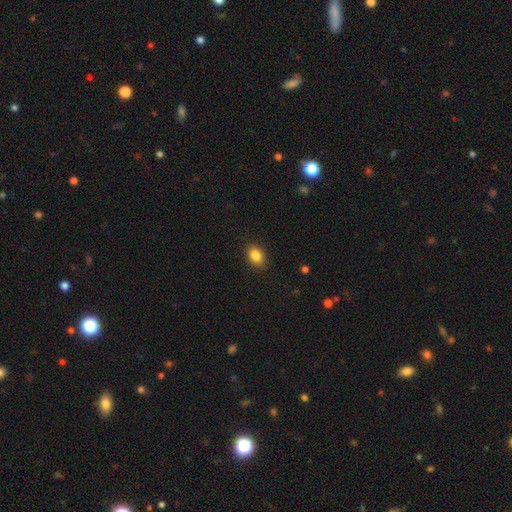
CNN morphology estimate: Q: Smooth or featured?
A: smooth (86%); runner-up: star or artifact (9%)
Q: How rounded?
A: in between (75%); runner-up: round (23%)
Q: Merging?
A: none (89%); runner-up: minor disturbance (8%)